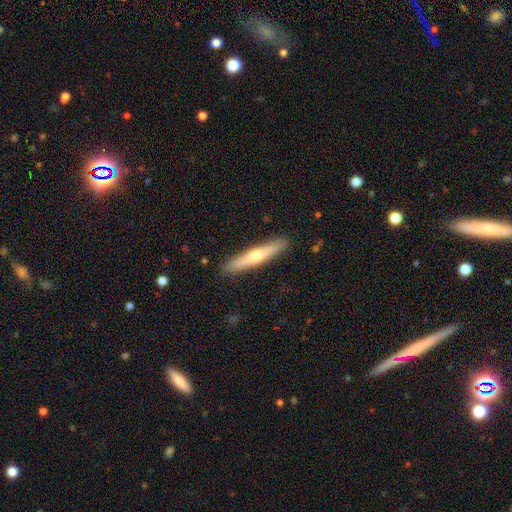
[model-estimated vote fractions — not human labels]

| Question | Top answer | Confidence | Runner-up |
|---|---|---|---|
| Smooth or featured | featured or disk | 50% | smooth (45%) |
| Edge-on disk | yes | 95% | no (5%) |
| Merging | none | 91% | minor disturbance (7%) |